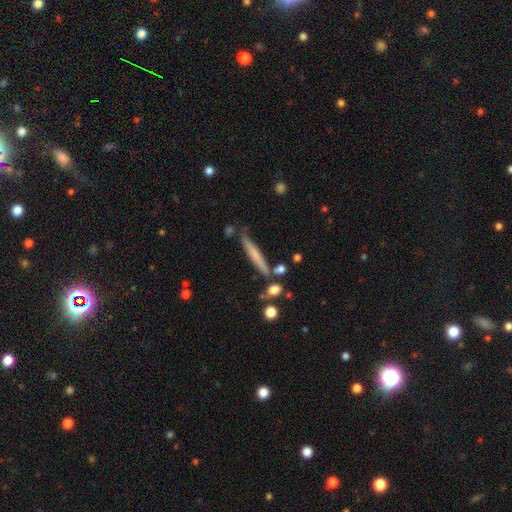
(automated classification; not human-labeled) The model was most divided on "smooth or featured": smooth: 54%, featured or disk: 39%, star or artifact: 7%. More confident: how rounded — cigar-shaped (94%); merging — none (75%).